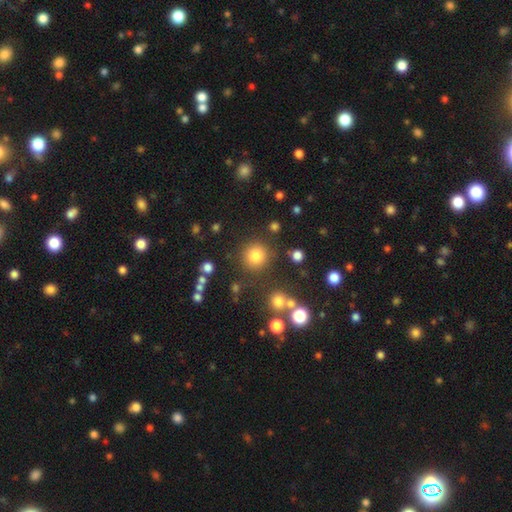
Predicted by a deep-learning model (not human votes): Smooth or featured: smooth — 81% (star or artifact — 13%)
How rounded: round — 93% (in between — 6%)
Merging: none — 84% (minor disturbance — 8%)